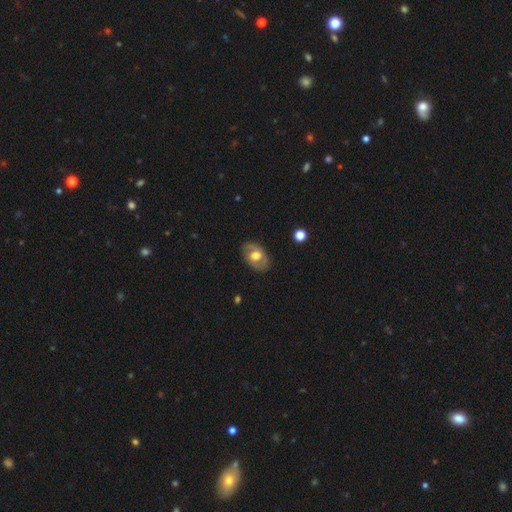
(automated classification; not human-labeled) smooth_or_featured: featured or disk (p=0.47) [alt: smooth p=0.46]
merging: none (p=0.78) [alt: minor disturbance p=0.17]